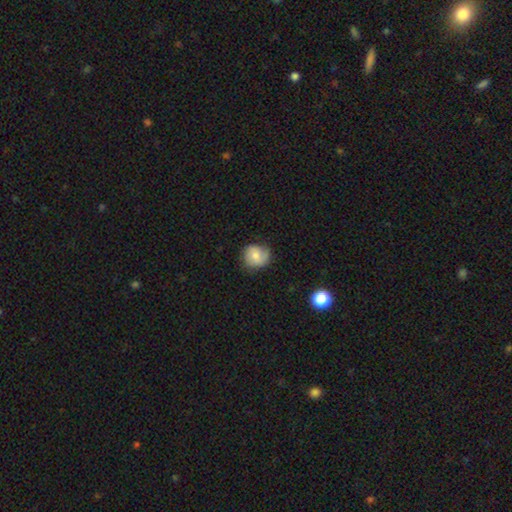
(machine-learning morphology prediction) Smooth or featured?
  - smooth: 63% *
  - featured or disk: 29%
  - star or artifact: 8%
How rounded?
  - round: 83% *
  - in between: 16%
  - cigar-shaped: 1%
Merging?
  - none: 72% *
  - minor disturbance: 21%
  - major disturbance: 5%
  - merger: 1%